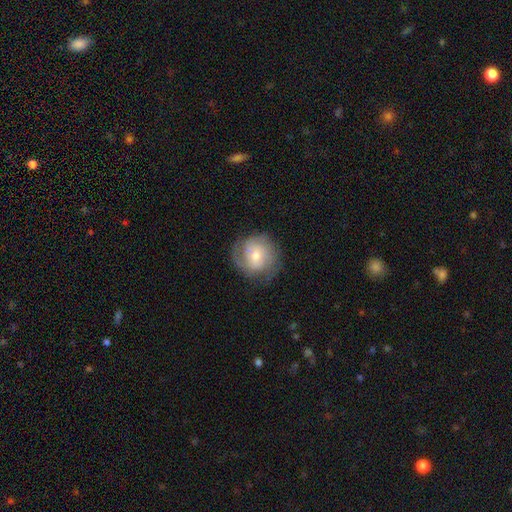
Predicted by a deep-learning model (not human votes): Morphology: type=featured or disk (55%); edge-on=no (97%); bar=no (62%); spiral arms=yes (81%); bulge=moderate (59%); merging=none (70%).